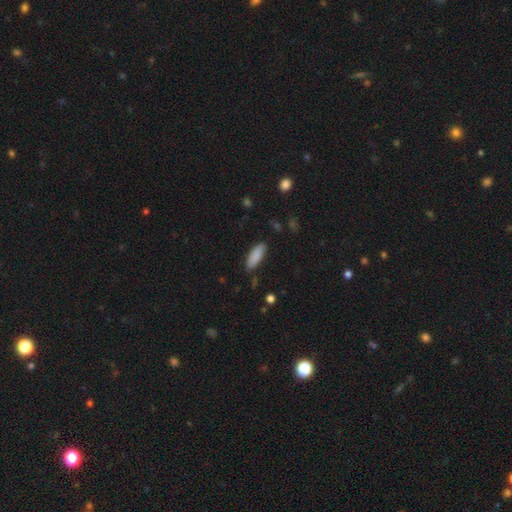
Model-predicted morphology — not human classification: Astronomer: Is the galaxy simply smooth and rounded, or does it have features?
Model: smooth — 88%.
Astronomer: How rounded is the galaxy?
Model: in between — 63%.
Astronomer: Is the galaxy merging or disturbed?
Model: none — 84%.